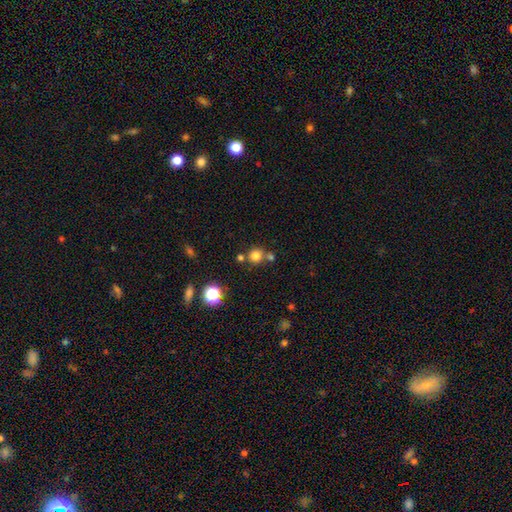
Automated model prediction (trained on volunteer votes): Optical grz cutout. It shows a smooth galaxy with no disk features (78%) that is round (91%). Merging: none (67%).